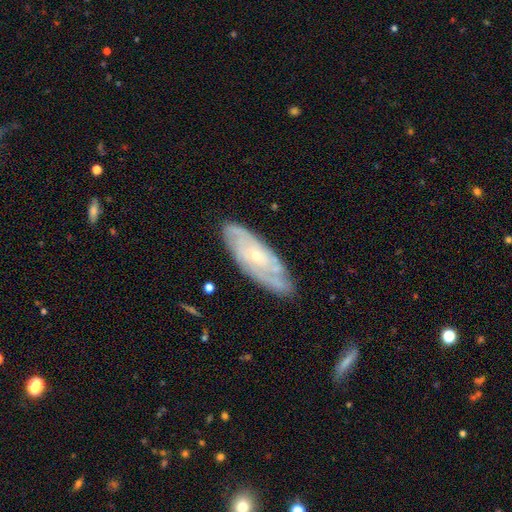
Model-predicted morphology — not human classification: Smooth or featured? featured or disk (77%)
Edge-on disk? no (86%)
Bar? no (75%)
Spiral arms? yes (89%)
Spiral winding? tight (64%)
Spiral arm count? can't tell (44%)
Bulge size? small (77%)
Merging? none (79%)